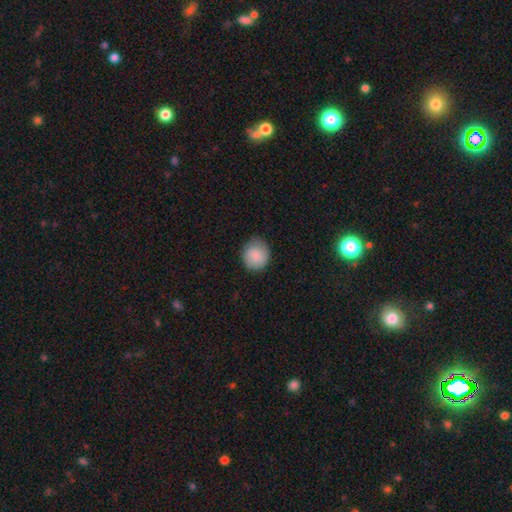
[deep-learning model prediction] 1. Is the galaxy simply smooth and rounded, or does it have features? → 86% smooth, 7% star or artifact, 7% featured or disk.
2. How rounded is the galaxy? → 81% round, 18% in between, 1% cigar-shaped.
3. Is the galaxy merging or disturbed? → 79% none, 17% minor disturbance, 3% major disturbance, 1% merger.